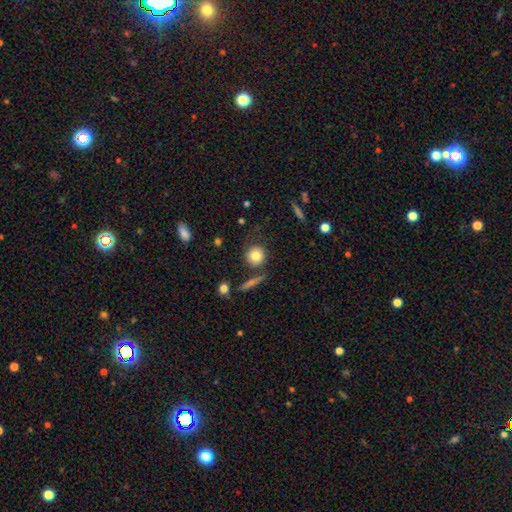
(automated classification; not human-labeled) This is clearly a smooth galaxy (81%). How rounded: clearly round (88%). Merging: likely none (76%).